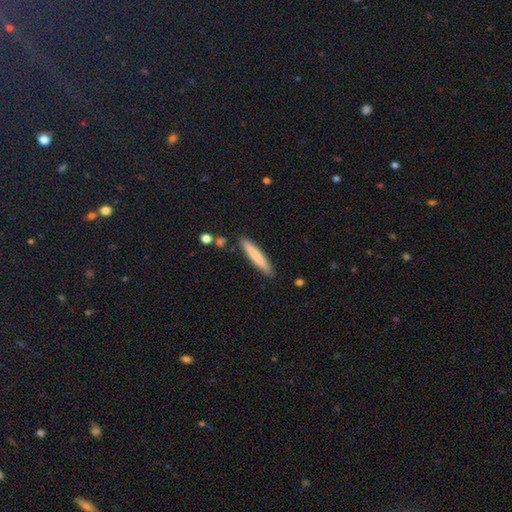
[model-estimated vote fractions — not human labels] Smooth or featured: smooth — 75% (featured or disk — 19%)
How rounded: cigar-shaped — 93% (in between — 6%)
Merging: none — 89% (minor disturbance — 8%)